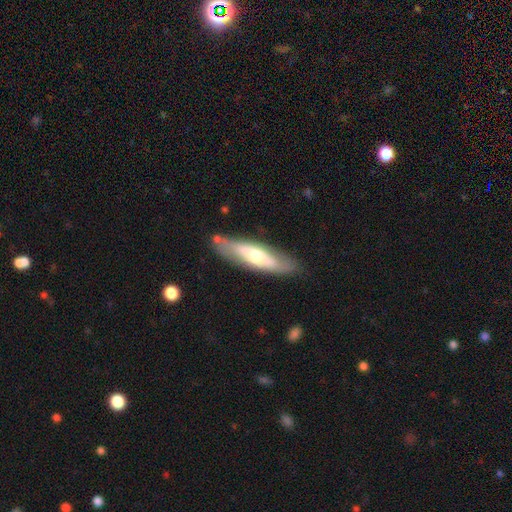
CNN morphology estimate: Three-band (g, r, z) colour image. It shows a featured or disk galaxy (48%). Merging: none (78%).